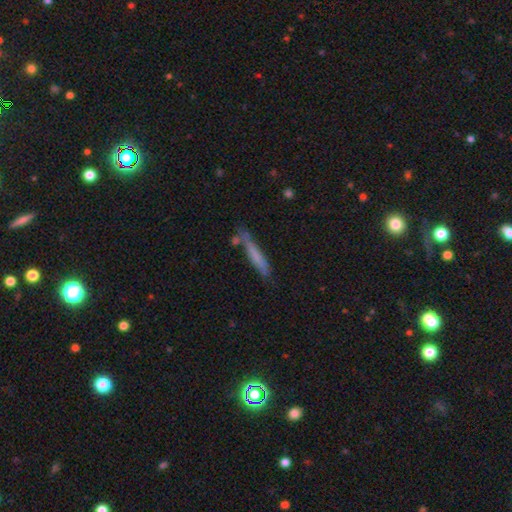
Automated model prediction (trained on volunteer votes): Smooth or featured? Predicted: smooth (p=0.66). How rounded? Predicted: cigar-shaped (p=0.94). Merging? Predicted: none (p=0.72).